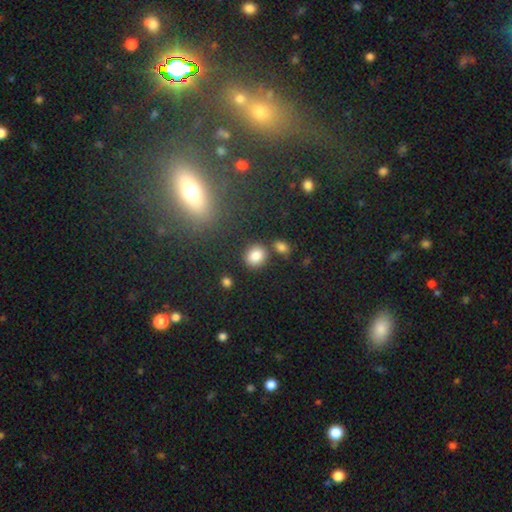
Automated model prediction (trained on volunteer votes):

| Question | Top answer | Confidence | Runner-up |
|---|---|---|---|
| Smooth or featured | smooth | 84% | star or artifact (10%) |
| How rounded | round | 72% | in between (27%) |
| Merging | none | 75% | merger (11%) |